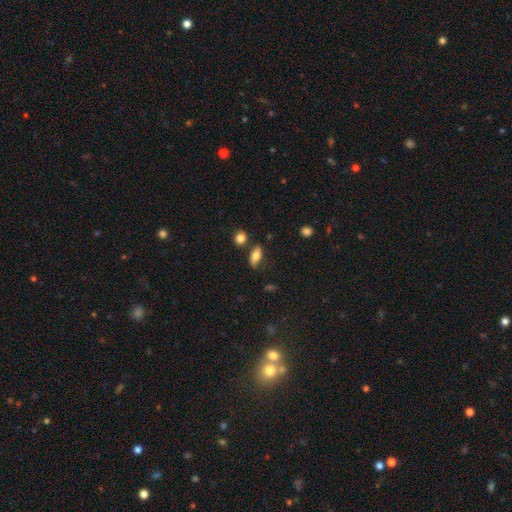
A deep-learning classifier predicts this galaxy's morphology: Smooth or featured: smooth — 77% (featured or disk — 15%)
How rounded: in between — 81% (cigar-shaped — 14%)
Merging: none — 75% (minor disturbance — 15%)